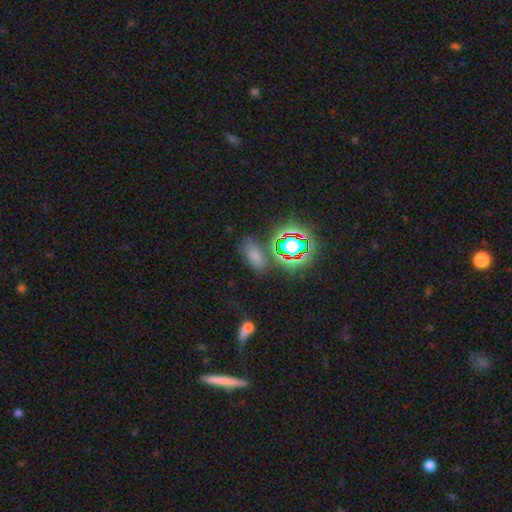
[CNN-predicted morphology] smooth 58%, star or artifact 31%, featured or disk 12%. Down the decision tree: how rounded — in between (83%); merging — none (65%).